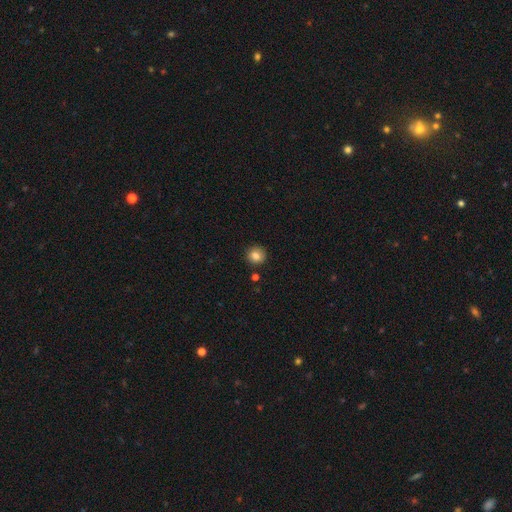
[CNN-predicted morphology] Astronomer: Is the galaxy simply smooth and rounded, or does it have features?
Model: smooth — 82%.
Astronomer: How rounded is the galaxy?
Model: round — 93%.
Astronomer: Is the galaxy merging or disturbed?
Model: none — 90%.